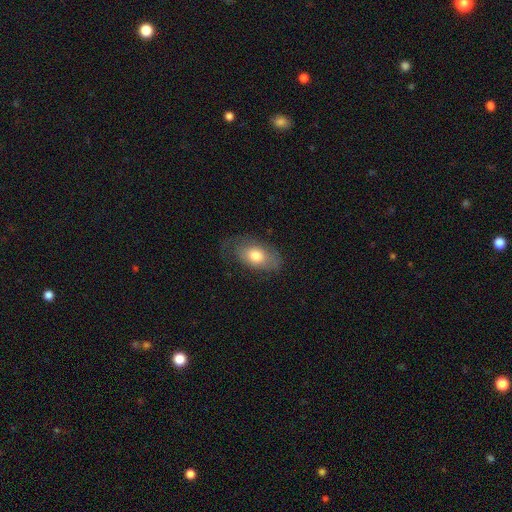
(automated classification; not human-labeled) This appears to be a smooth galaxy with no disk features (69%) that is in between round and cigar-shaped (90%). Merging: none (60%).